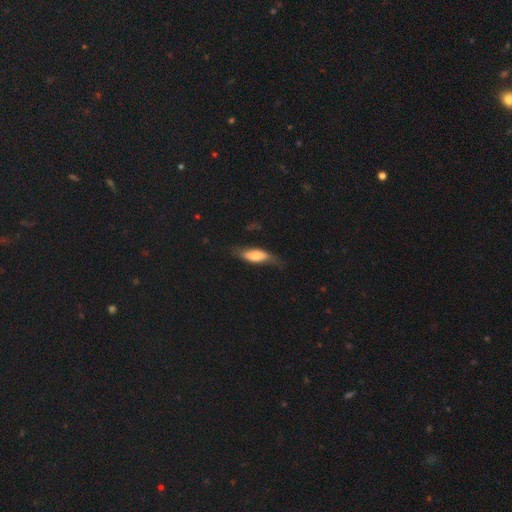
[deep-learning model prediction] A smooth galaxy with no disk features (67%) that is in between round and cigar-shaped (64%).

Vote fractions:
- Smooth or featured? smooth: 67% / featured or disk: 27% / star or artifact: 6%
- How rounded? in between: 64% / cigar-shaped: 33% / round: 3%
- Merging? none: 58% / minor disturbance: 29% / major disturbance: 11% / merger: 2%